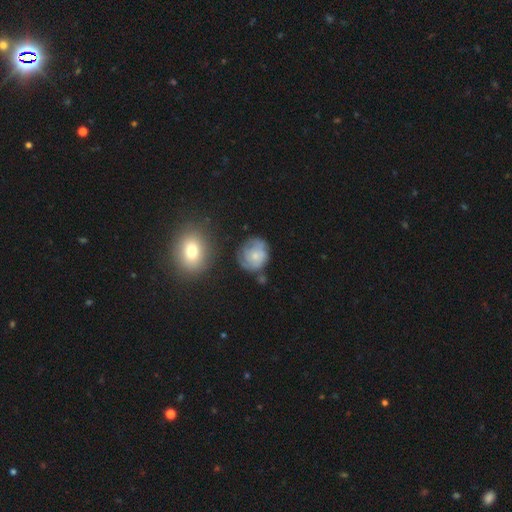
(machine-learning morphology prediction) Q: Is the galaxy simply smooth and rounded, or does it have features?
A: featured or disk — 50%.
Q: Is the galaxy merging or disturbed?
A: none — 61%.